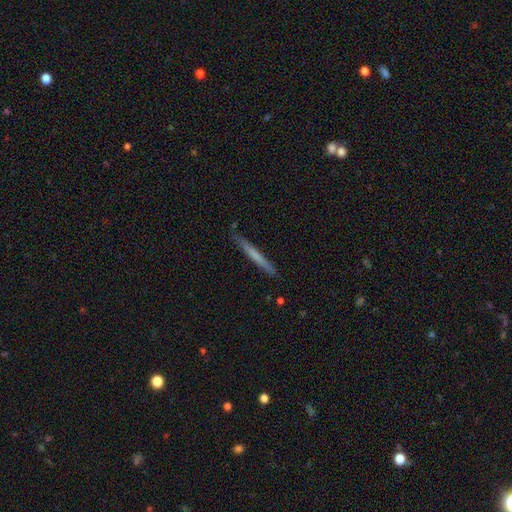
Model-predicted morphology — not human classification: A smooth galaxy with no disk features (58%) that is cigar-shaped (97%).

Vote fractions:
- Smooth or featured? smooth: 58% / featured or disk: 36% / star or artifact: 6%
- How rounded? cigar-shaped: 97% / in between: 2% / round: 1%
- Merging? none: 88% / minor disturbance: 9% / major disturbance: 2% / merger: 1%